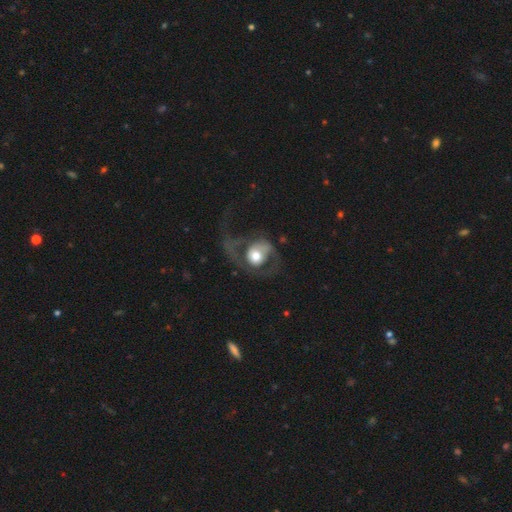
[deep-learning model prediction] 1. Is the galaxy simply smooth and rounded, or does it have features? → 57% featured or disk, 36% smooth, 6% star or artifact.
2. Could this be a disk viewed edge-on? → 97% no, 3% yes.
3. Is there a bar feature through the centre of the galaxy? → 78% no, 17% weak, 5% strong.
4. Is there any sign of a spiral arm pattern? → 62% yes, 38% no.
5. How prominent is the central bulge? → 50% moderate, 35% large, 7% dominant, 6% small, 1% none.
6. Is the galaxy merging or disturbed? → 59% major disturbance, 25% none, 13% minor disturbance, 3% merger.